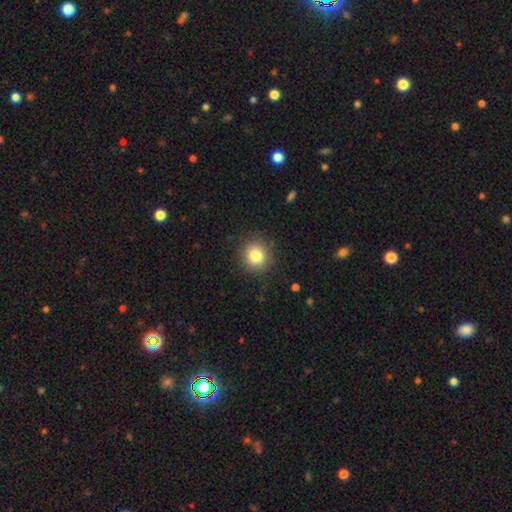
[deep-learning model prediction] Overall: smooth (82%). How rounded: round (88%). Merging: none (89%).